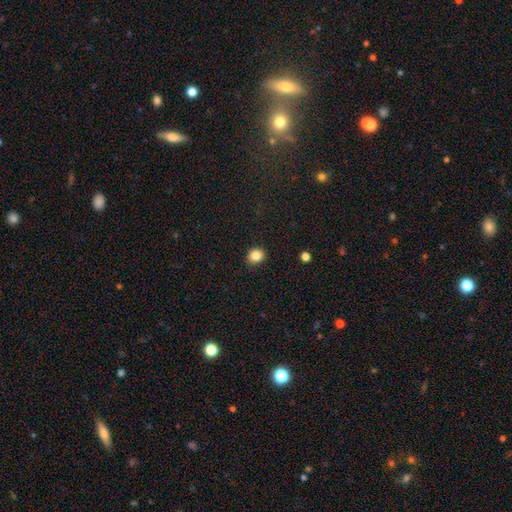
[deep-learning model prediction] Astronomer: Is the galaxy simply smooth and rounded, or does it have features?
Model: smooth — 84%.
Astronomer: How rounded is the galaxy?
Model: round — 70%.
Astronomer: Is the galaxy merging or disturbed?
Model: none — 90%.